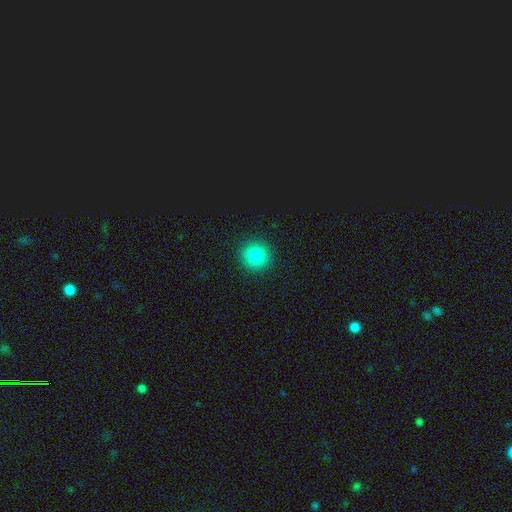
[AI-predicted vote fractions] smooth_or_featured: smooth (p=0.83) [alt: star or artifact p=0.11]
how_rounded: round (p=0.94) [alt: in between p=0.05]
merging: none (p=0.92) [alt: minor disturbance p=0.05]